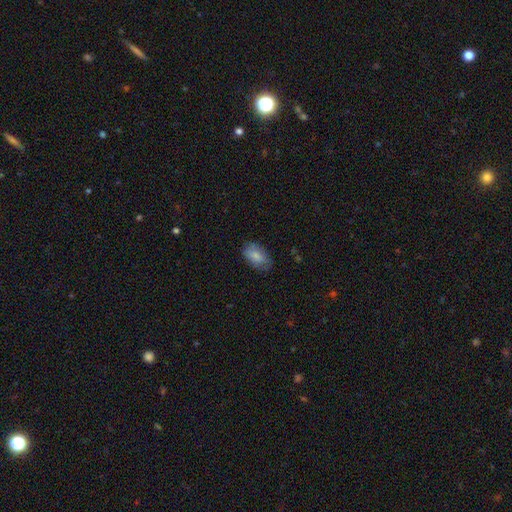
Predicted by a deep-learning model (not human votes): A smooth galaxy with no disk features (80%) that is in between round and cigar-shaped (92%).

Vote fractions:
- Smooth or featured? smooth: 80% / featured or disk: 13% / star or artifact: 7%
- How rounded? in between: 92% / round: 5% / cigar-shaped: 3%
- Merging? none: 75% / minor disturbance: 19% / major disturbance: 4% / merger: 1%